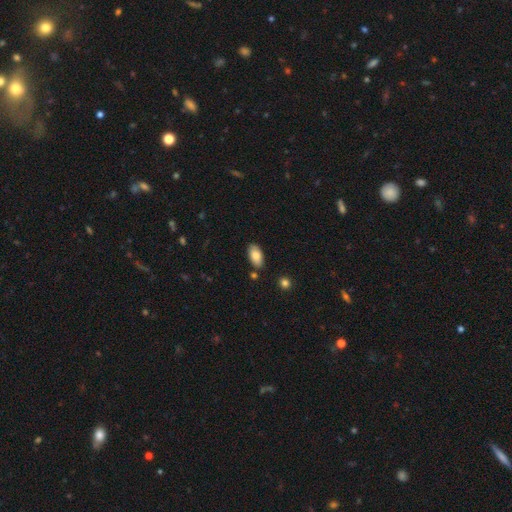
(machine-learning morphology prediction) The model was most divided on "merging": none: 84%, minor disturbance: 11%, merger: 3%, major disturbance: 2%. More confident: how rounded — in between (94%); smooth or featured — smooth (84%).